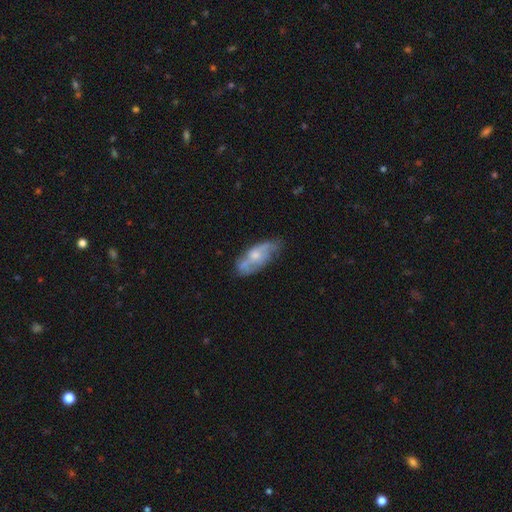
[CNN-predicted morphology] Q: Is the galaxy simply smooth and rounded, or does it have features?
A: featured or disk — 55%.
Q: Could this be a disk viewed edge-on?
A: no — 86%.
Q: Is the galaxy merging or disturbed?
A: none — 51%.